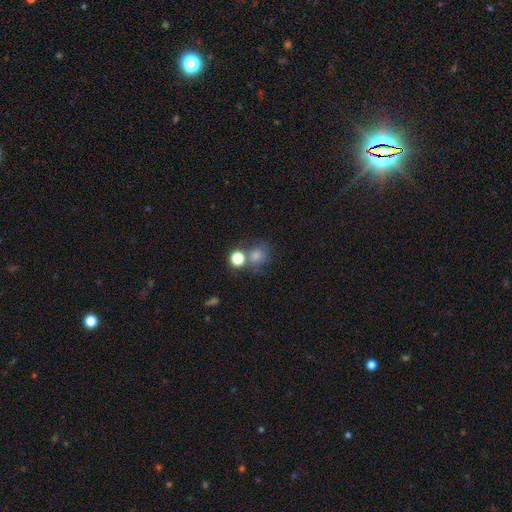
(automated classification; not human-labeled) The model was most divided on "merging": none: 58%, merger: 22%, minor disturbance: 13%, major disturbance: 7%. More confident: how rounded — round (81%); smooth or featured — smooth (67%).